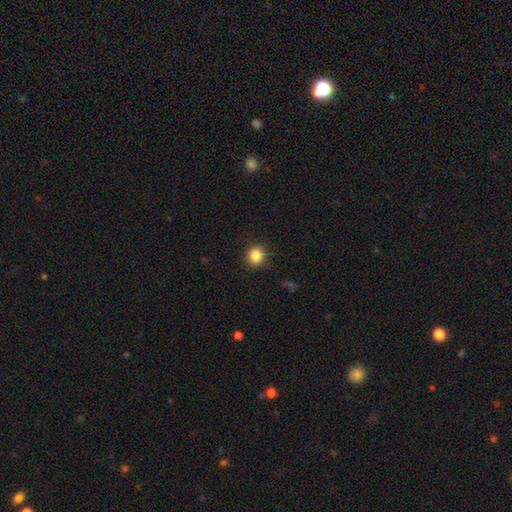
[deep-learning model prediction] This appears to be a smooth galaxy with no disk features (85%) that is round (85%). Merging: none (89%).